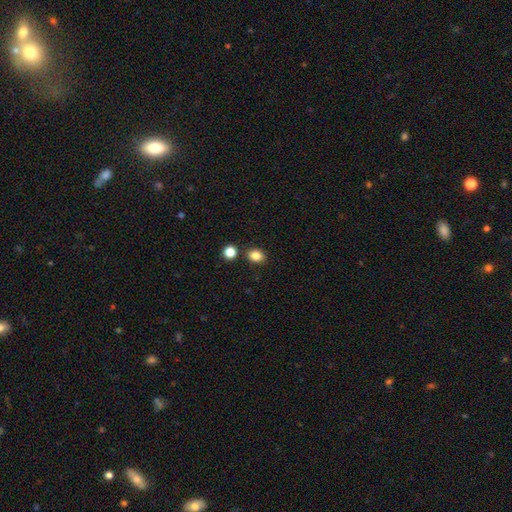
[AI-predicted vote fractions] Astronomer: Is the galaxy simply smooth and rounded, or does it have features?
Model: smooth — 84%.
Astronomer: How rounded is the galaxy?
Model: in between — 53% (runner-up: round, 46%).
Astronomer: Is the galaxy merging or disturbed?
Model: none — 82%.